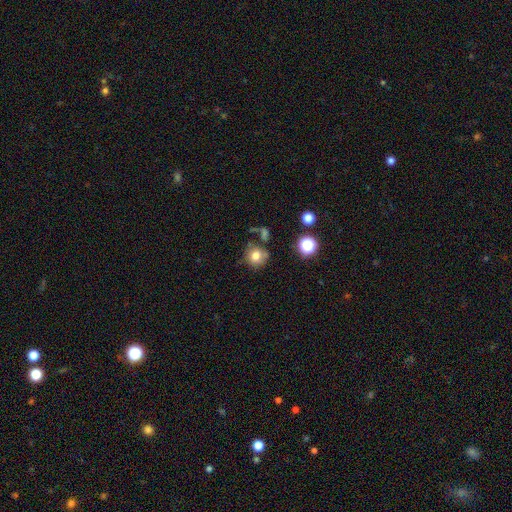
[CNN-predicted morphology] This is likely a smooth galaxy (76%). How rounded: clearly round (87%). Merging: likely none (63%).